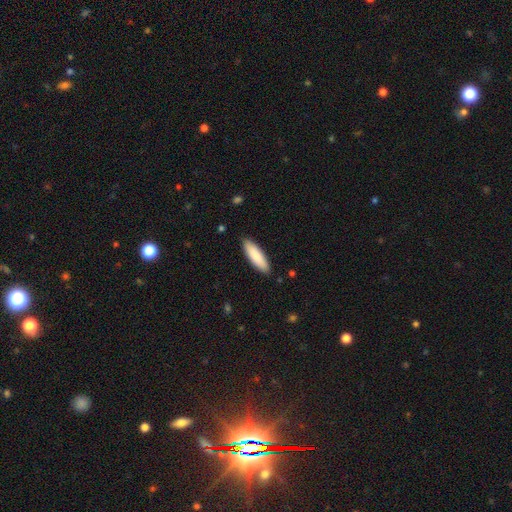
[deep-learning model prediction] Smooth or featured: smooth — 86% (featured or disk — 9%)
How rounded: cigar-shaped — 56% (in between — 43%)
Merging: none — 89% (minor disturbance — 8%)